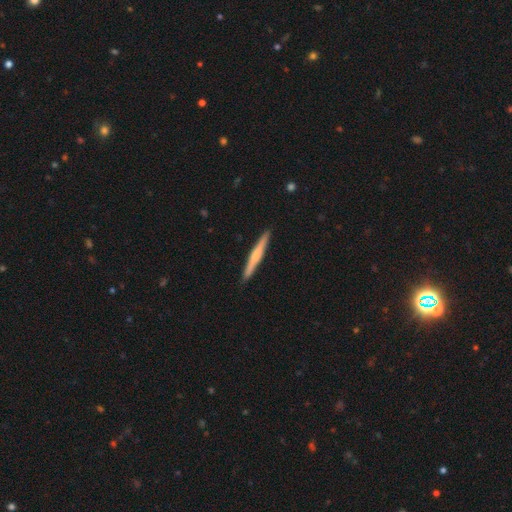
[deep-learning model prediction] A featured or disk galaxy (50%).

Vote fractions:
- Smooth or featured? featured or disk: 50% / smooth: 45% / star or artifact: 5%
- Merging? none: 92% / minor disturbance: 6% / major disturbance: 1% / merger: 1%